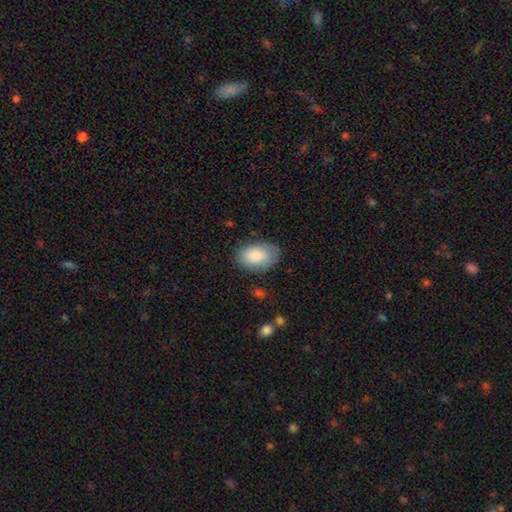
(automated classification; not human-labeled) This is clearly a smooth galaxy (83%). How rounded: clearly in between (90%). Merging: likely none (79%).